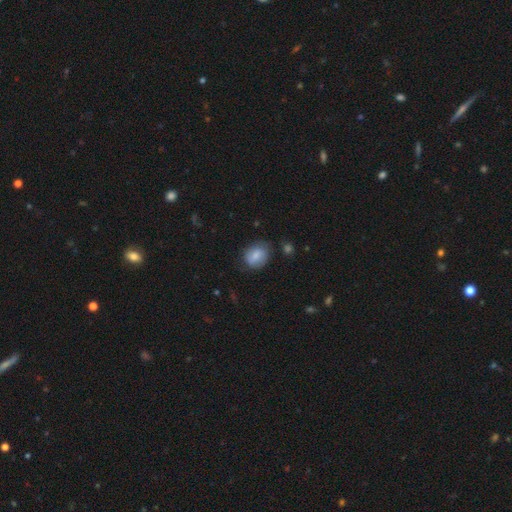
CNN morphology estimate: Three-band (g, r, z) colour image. It shows a smooth galaxy with no disk features (74%) that is in between round and cigar-shaped (50%). Merging: none (70%).